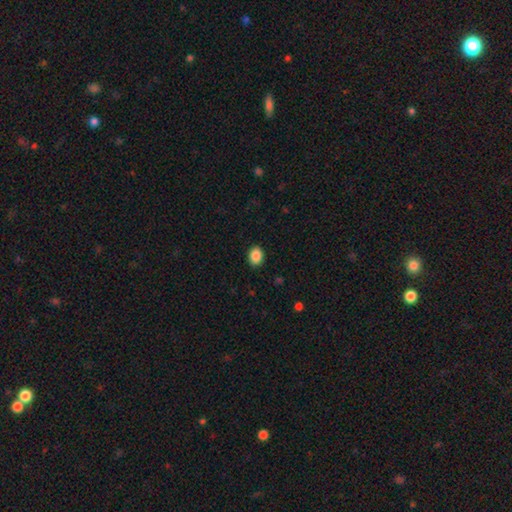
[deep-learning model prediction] Smooth or featured? smooth (89%)
How rounded? in between (66%)
Merging? none (90%)